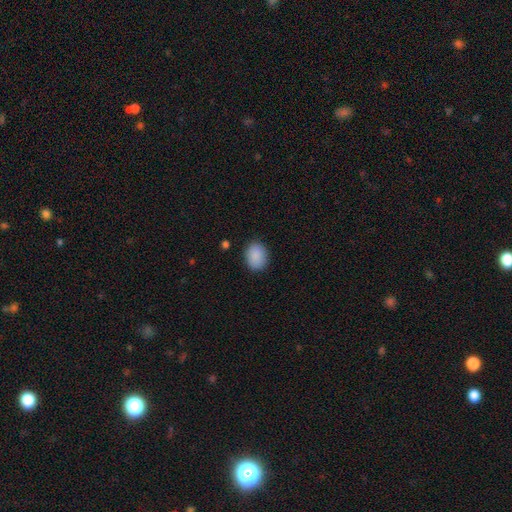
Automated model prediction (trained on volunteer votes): This is clearly a smooth galaxy (89%). How rounded: possibly in between (58%). Merging: clearly none (86%).